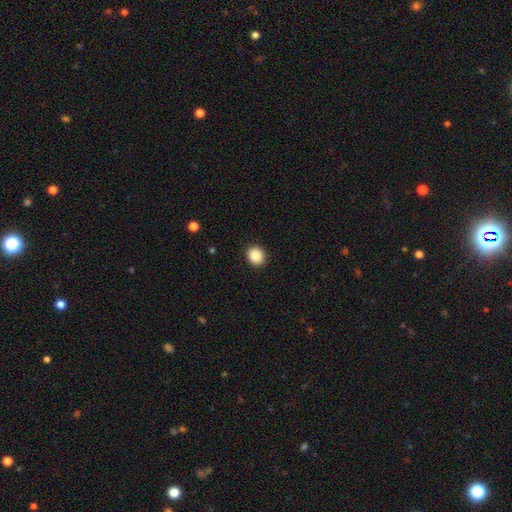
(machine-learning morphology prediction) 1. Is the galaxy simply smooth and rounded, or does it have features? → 88% smooth, 8% star or artifact, 4% featured or disk.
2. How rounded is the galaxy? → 69% round, 30% in between, 1% cigar-shaped.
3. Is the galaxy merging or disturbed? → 92% none, 6% minor disturbance, 2% major disturbance, 1% merger.